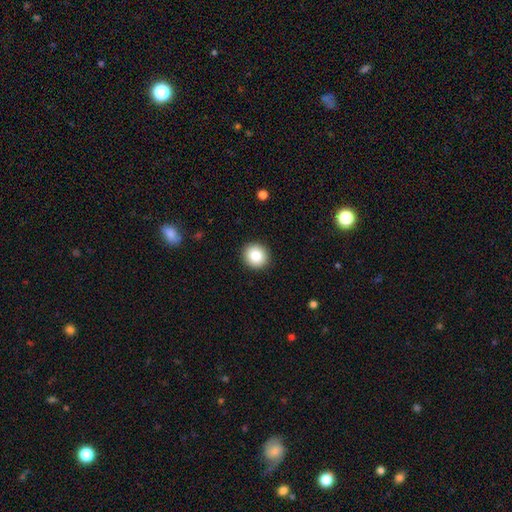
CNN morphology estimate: Smooth or featured? smooth (85%)
How rounded? round (88%)
Merging? none (92%)